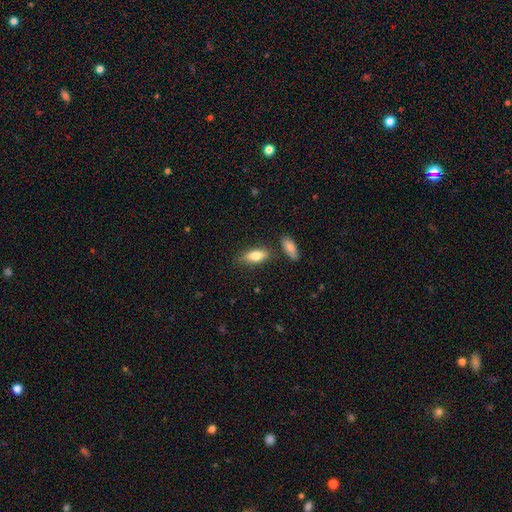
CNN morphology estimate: This appears to be a smooth galaxy with no disk features (79%) that is in between round and cigar-shaped (78%). Merging: none (73%).